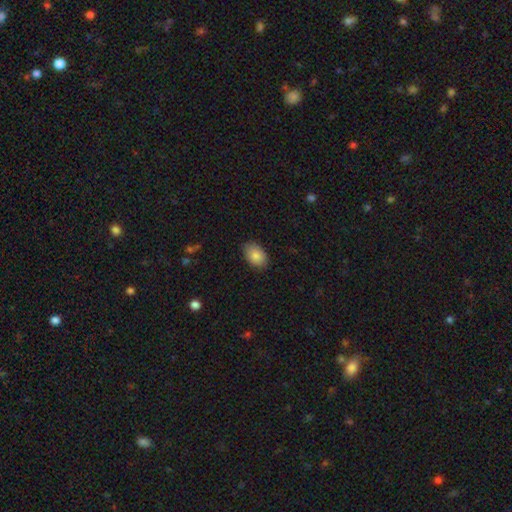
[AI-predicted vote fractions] Smooth or featured?
  - smooth: 85% *
  - star or artifact: 7%
  - featured or disk: 7%
How rounded?
  - in between: 86% *
  - round: 13%
  - cigar-shaped: 1%
Merging?
  - none: 83% *
  - minor disturbance: 13%
  - major disturbance: 3%
  - merger: 1%